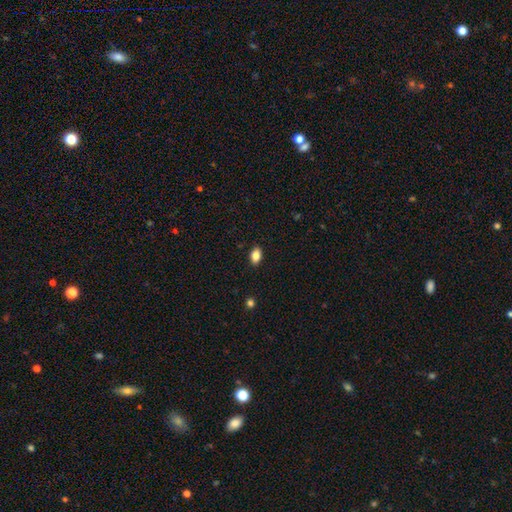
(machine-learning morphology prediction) A smooth galaxy with no disk features (84%) that is in between round and cigar-shaped (86%). Merging: none (89%).